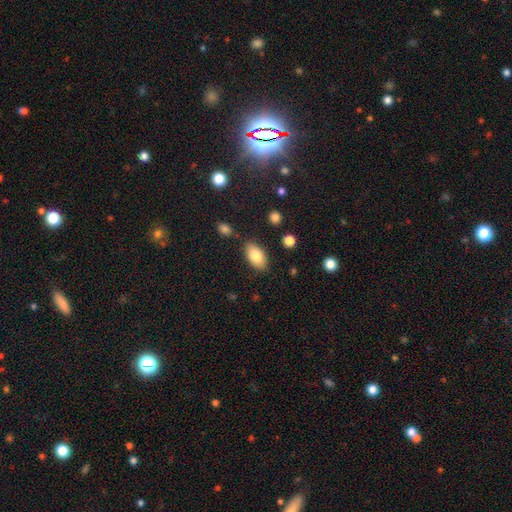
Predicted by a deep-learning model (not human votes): Smooth or featured: smooth — 82% (featured or disk — 11%)
How rounded: in between — 92% (round — 5%)
Merging: none — 82% (minor disturbance — 12%)